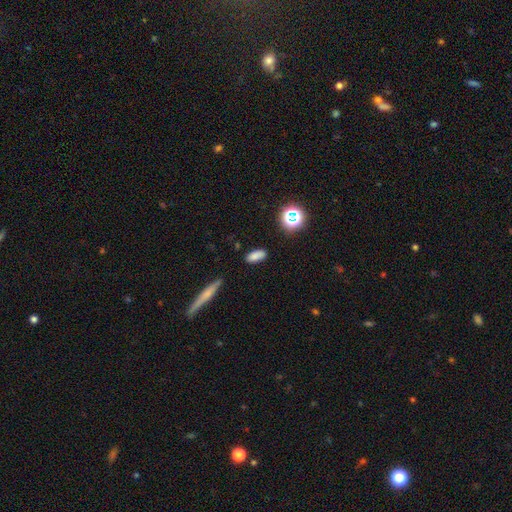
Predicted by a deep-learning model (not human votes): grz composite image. It shows a smooth galaxy with no disk features (80%) that is in between round and cigar-shaped (81%). Merging: none (82%).